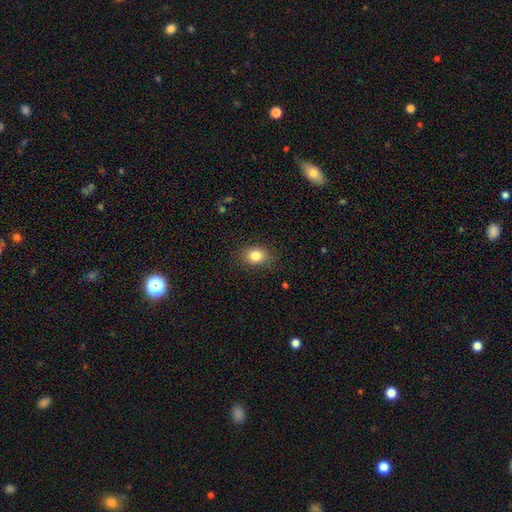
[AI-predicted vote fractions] Smooth or featured: smooth — 83% (star or artifact — 10%)
How rounded: round — 50% (in between — 49%)
Merging: none — 84% (minor disturbance — 12%)